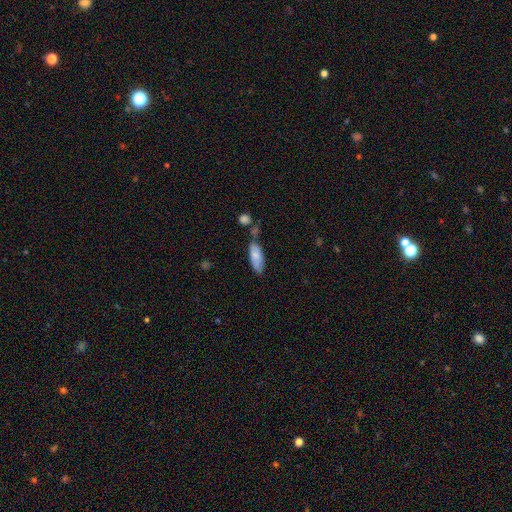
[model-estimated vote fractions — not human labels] Q: Smooth or featured?
A: smooth (77%); runner-up: featured or disk (17%)
Q: How rounded?
A: in between (71%); runner-up: cigar-shaped (27%)
Q: Merging?
A: none (54%); runner-up: minor disturbance (24%)